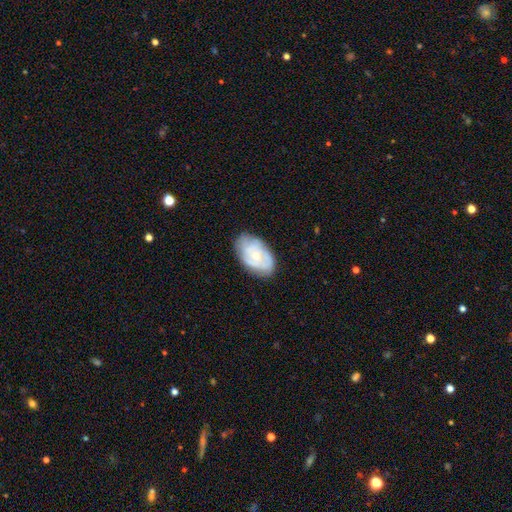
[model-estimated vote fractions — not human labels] featured or disk 61%, smooth 33%, star or artifact 6%. Down the decision tree: edge-on disk — no (96%); bar — no (75%); spiral arms — yes (77%); bulge size — small (54%); merging — none (73%).